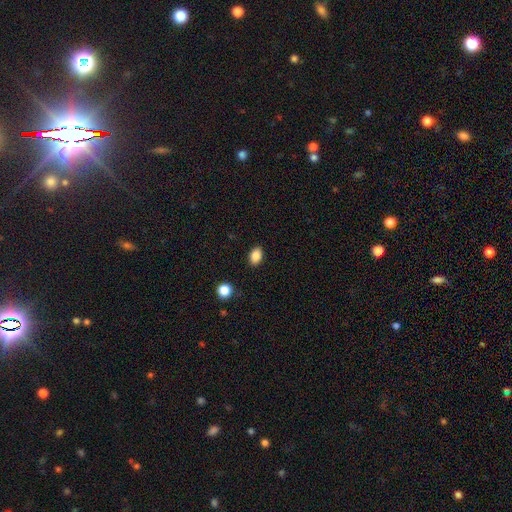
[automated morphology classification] A smooth galaxy with no disk features (86%) that is in between round and cigar-shaped (82%). Merging: none (88%).